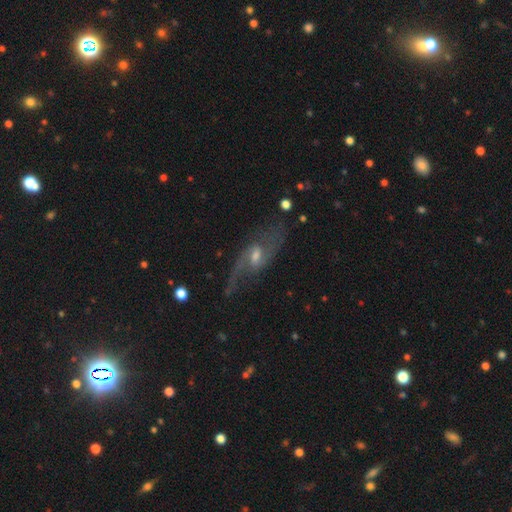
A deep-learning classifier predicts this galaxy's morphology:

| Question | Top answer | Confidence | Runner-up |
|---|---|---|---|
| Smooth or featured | featured or disk | 83% | smooth (10%) |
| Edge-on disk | no | 90% | yes (10%) |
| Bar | weak | 56% | no (27%) |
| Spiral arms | yes | 93% | no (7%) |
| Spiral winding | loose | 66% | medium (28%) |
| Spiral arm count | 2 | 87% | can't tell (5%) |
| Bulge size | moderate | 50% | small (39%) |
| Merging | none | 68% | minor disturbance (17%) |